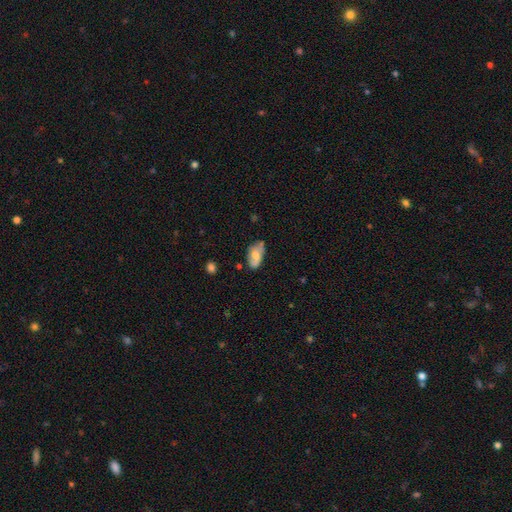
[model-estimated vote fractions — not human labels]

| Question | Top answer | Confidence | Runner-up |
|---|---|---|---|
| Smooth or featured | smooth | 56% | featured or disk (36%) |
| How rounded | in between | 92% | round (5%) |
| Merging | none | 56% | minor disturbance (31%) |